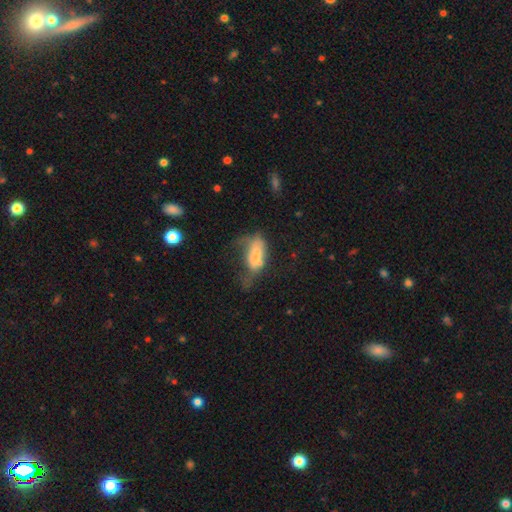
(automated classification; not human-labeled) smooth 56%, featured or disk 33%, star or artifact 10%. Down the decision tree: how rounded — in between (85%); merging — major disturbance (49%).